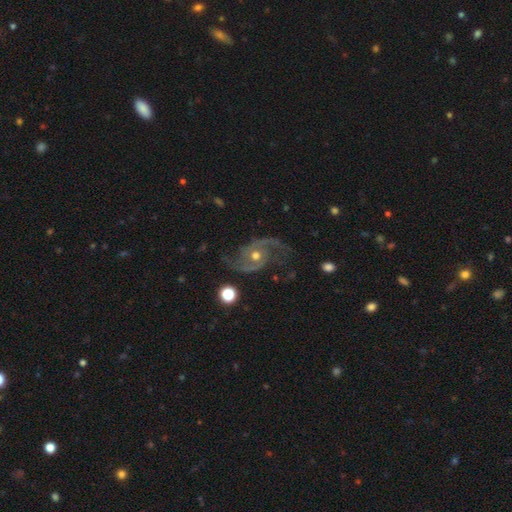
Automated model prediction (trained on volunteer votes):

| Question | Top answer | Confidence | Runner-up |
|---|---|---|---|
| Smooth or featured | featured or disk | 89% | star or artifact (5%) |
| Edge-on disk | no | 97% | yes (3%) |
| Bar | no | 71% | weak (23%) |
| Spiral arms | yes | 97% | no (3%) |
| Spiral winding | medium | 46% | loose (42%) |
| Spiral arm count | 2 | 92% | can't tell (2%) |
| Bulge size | moderate | 72% | small (22%) |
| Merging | none | 70% | minor disturbance (18%) |